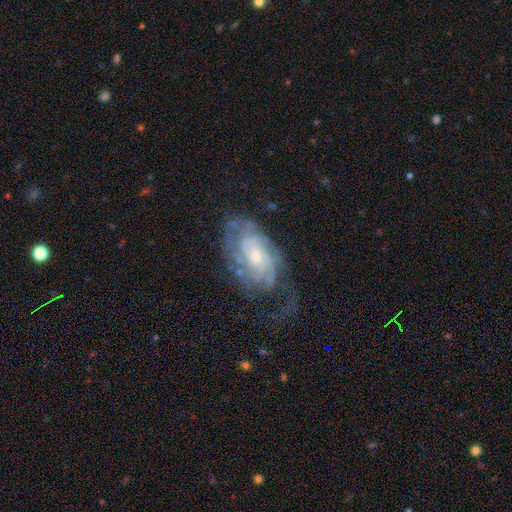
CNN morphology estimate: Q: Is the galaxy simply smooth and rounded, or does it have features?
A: featured or disk — 80%.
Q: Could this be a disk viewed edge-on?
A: no — 95%.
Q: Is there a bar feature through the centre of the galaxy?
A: no — 66%.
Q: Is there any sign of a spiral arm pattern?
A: yes — 88%.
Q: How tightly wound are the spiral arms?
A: tight — 57%.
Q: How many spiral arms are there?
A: can't tell — 50%.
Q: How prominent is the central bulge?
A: small — 63%.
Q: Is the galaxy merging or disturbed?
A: none — 50%.